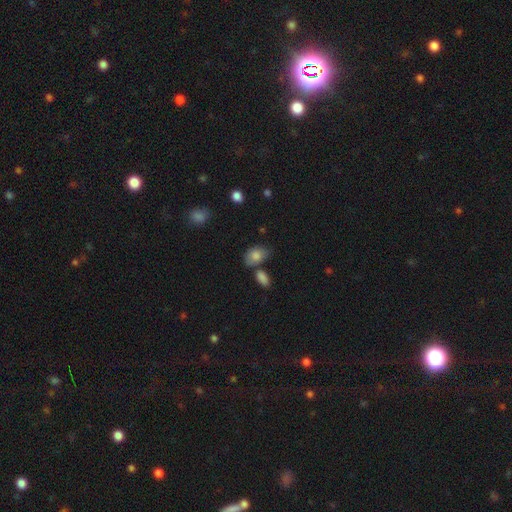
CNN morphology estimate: This appears to be a smooth galaxy with no disk features (82%) that is in between round and cigar-shaped (85%). Merging: none (51%).